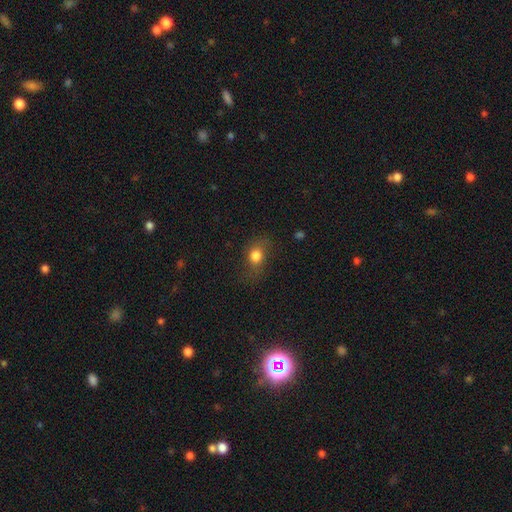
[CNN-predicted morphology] Smooth or featured: smooth — 77% (star or artifact — 12%)
How rounded: in between — 49% (tied with round — 49%)
Merging: none — 66% (minor disturbance — 21%)